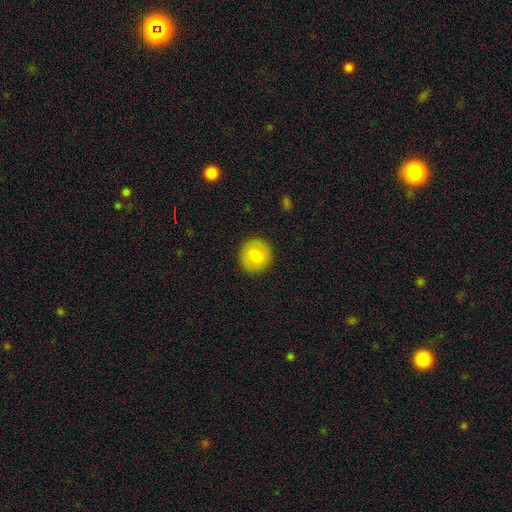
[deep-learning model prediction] Smooth or featured?
  - smooth: 78% *
  - featured or disk: 14%
  - star or artifact: 8%
How rounded?
  - round: 91% *
  - in between: 8%
  - cigar-shaped: 1%
Merging?
  - none: 91% *
  - minor disturbance: 6%
  - major disturbance: 2%
  - merger: 1%